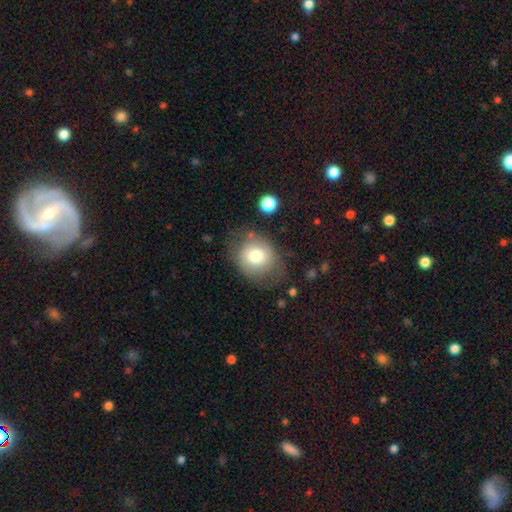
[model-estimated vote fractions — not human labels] A smooth galaxy with no disk features (72%) that is round (59%). Merging: none (63%).